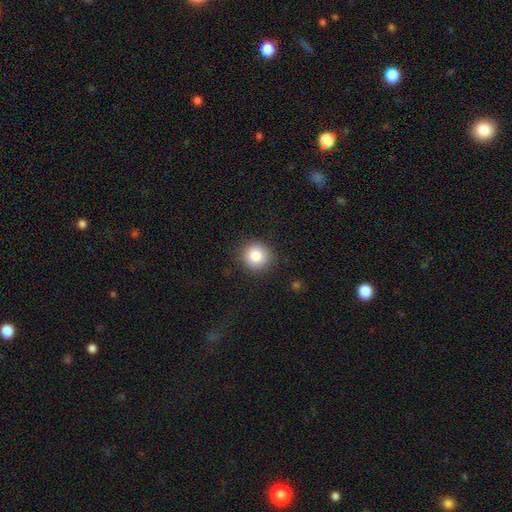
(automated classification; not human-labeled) Smooth or featured?
  - smooth: 83% *
  - star or artifact: 10%
  - featured or disk: 8%
How rounded?
  - round: 93% *
  - in between: 6%
  - cigar-shaped: 1%
Merging?
  - none: 89% *
  - minor disturbance: 8%
  - major disturbance: 2%
  - merger: 1%